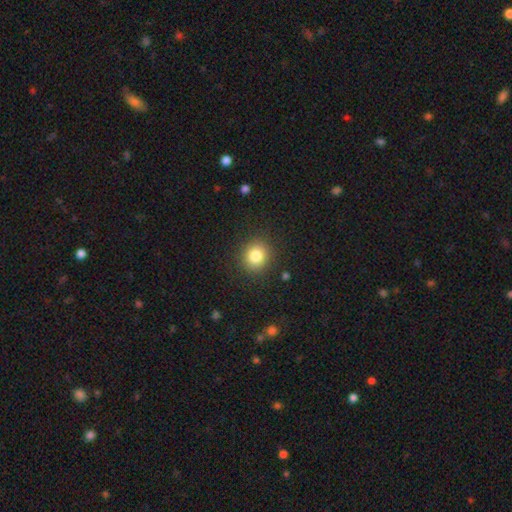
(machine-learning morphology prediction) A smooth galaxy with no disk features (82%) that is round (86%).

Vote fractions:
- Smooth or featured? smooth: 82% / star or artifact: 11% / featured or disk: 7%
- How rounded? round: 86% / in between: 14% / cigar-shaped: 1%
- Merging? none: 89% / minor disturbance: 7% / major disturbance: 3% / merger: 1%